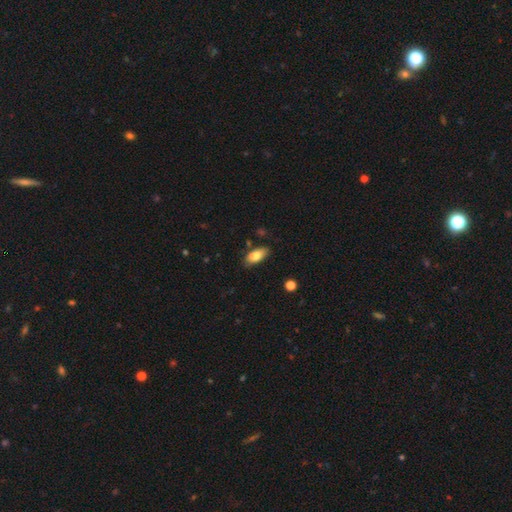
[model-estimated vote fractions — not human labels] smooth-or-featured: smooth: 81% | featured or disk: 12% | star or artifact: 7%
  how-rounded: in between: 89% | cigar-shaped: 9% | round: 3%
  merging: none: 78% | minor disturbance: 17% | major disturbance: 3% | merger: 3%